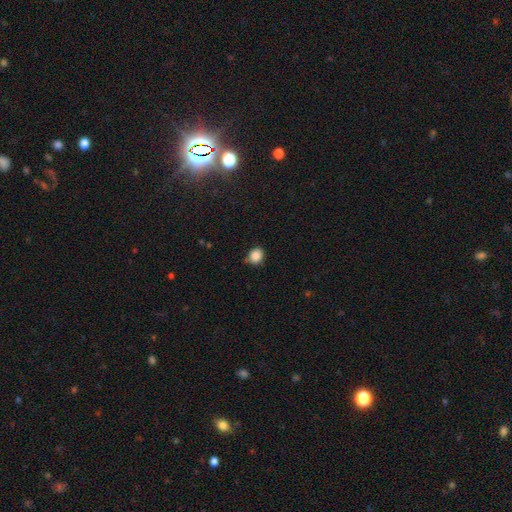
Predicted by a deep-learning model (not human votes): smooth_or_featured: smooth (p=0.87) [alt: star or artifact p=0.10]
how_rounded: round (p=0.64) [alt: in between p=0.35]
merging: none (p=0.75) [alt: minor disturbance p=0.20]